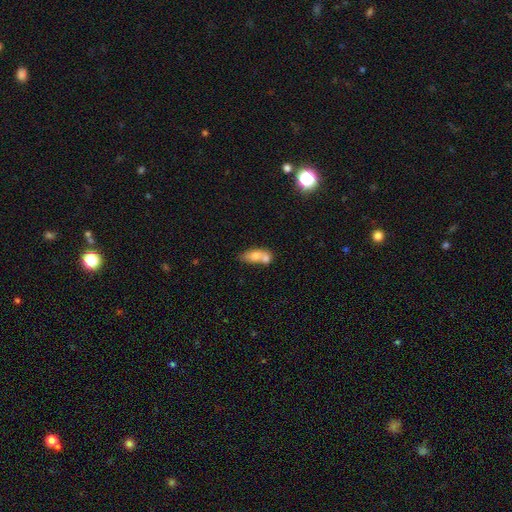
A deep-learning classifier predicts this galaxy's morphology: A smooth galaxy with no disk features (70%) that is in between round and cigar-shaped (76%). Merging: merger (61%).